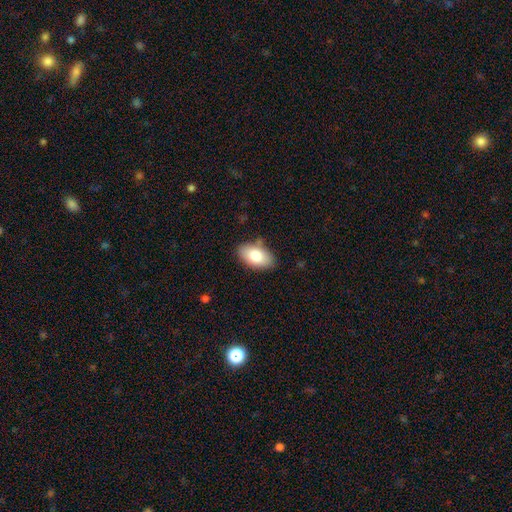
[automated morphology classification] This appears to be a smooth galaxy with no disk features (80%) that is in between round and cigar-shaped (94%). Merging: none (81%).